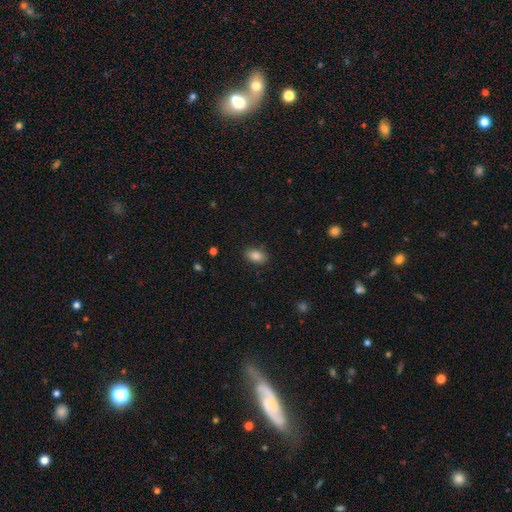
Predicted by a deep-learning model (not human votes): Q: Smooth or featured?
A: smooth (86%); runner-up: star or artifact (9%)
Q: How rounded?
A: in between (87%); runner-up: round (11%)
Q: Merging?
A: none (88%); runner-up: minor disturbance (9%)